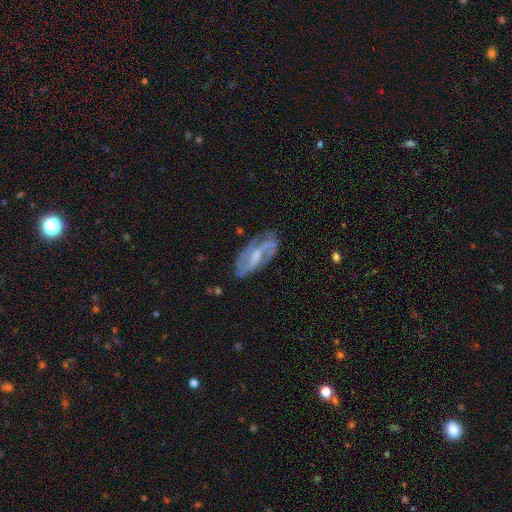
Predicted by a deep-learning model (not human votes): Q: Smooth or featured?
A: featured or disk (79%); runner-up: smooth (14%)
Q: Edge-on disk?
A: no (91%); runner-up: yes (9%)
Q: Bar?
A: weak (47%); runner-up: strong (28%)
Q: Spiral arms?
A: yes (89%); runner-up: no (11%)
Q: Spiral winding?
A: medium (44%); runner-up: loose (29%)
Q: Spiral arm count?
A: 2 (67%); runner-up: can't tell (16%)
Q: Bulge size?
A: small (49%); runner-up: moderate (40%)
Q: Merging?
A: none (69%); runner-up: minor disturbance (20%)